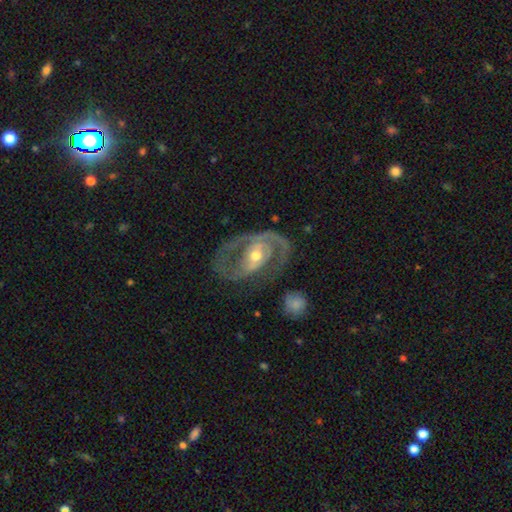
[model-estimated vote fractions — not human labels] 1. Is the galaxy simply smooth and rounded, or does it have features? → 84% featured or disk, 11% smooth, 5% star or artifact.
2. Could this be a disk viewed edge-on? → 96% no, 4% yes.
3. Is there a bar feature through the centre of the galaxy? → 45% no, 35% weak, 19% strong.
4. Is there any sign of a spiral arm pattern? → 83% yes, 17% no.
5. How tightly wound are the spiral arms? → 45% medium, 38% tight, 17% loose.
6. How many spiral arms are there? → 69% 2, 12% 1, 12% can't tell, 4% 3, 2% 4, 2% more than 4.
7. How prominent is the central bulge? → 68% moderate, 24% small, 5% large, 1% none, 1% dominant.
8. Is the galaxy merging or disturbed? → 57% none, 20% major disturbance, 20% minor disturbance, 3% merger.